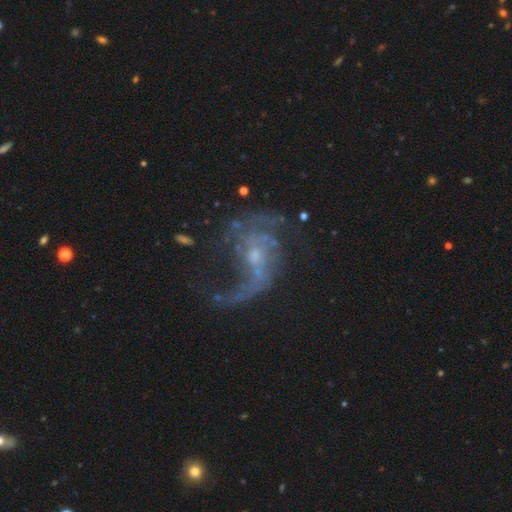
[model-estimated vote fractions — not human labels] Q: Smooth or featured?
A: featured or disk (85%); runner-up: star or artifact (9%)
Q: Edge-on disk?
A: no (97%); runner-up: yes (3%)
Q: Bar?
A: no (52%); runner-up: weak (38%)
Q: Spiral arms?
A: yes (92%); runner-up: no (8%)
Q: Spiral winding?
A: loose (68%); runner-up: medium (25%)
Q: Spiral arm count?
A: 2 (66%); runner-up: 1 (11%)
Q: Bulge size?
A: small (69%); runner-up: moderate (22%)
Q: Merging?
A: none (50%); runner-up: major disturbance (29%)